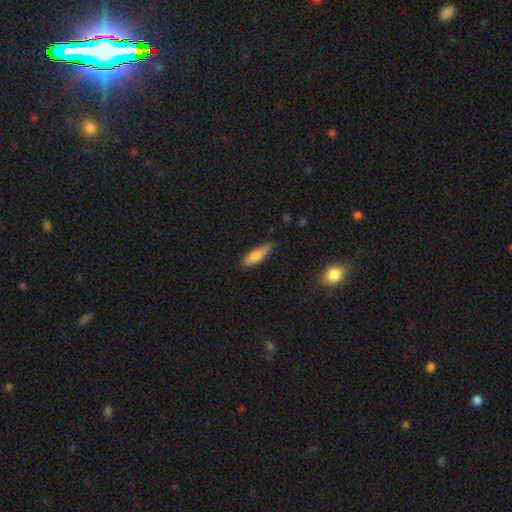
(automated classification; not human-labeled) Smooth or featured? smooth (77%)
How rounded? cigar-shaped (66%)
Merging? none (78%)